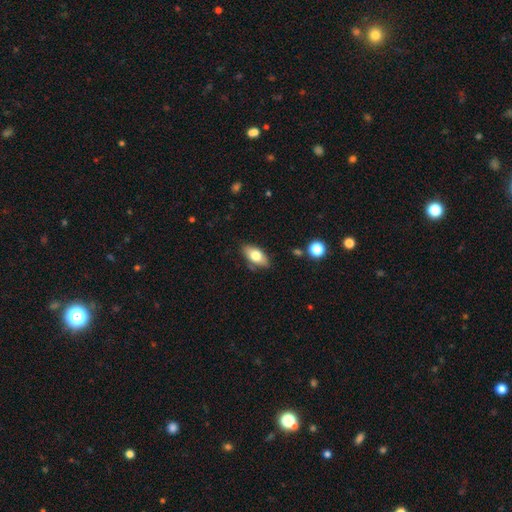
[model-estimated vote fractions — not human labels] Overall: smooth (72%). How rounded: in between (88%). Merging: none (81%).